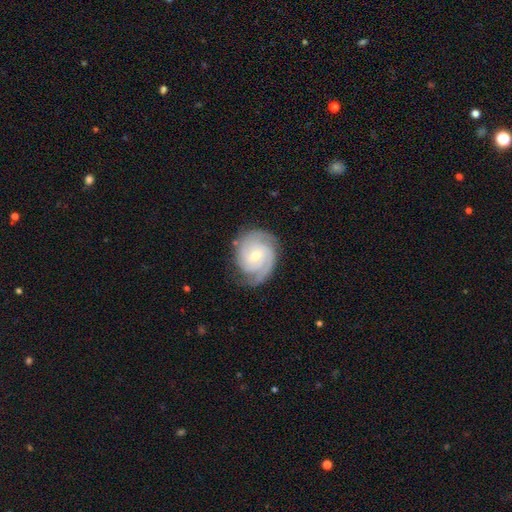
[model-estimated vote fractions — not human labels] smooth-or-featured: featured or disk: 89% | smooth: 7% | star or artifact: 4%
  disk-edge-on: no: 98% | yes: 2%
    bar: no: 48% | weak: 43% | strong: 8%
    has-spiral-arms: yes: 98% | no: 2%
      spiral-winding: tight: 73% | medium: 24% | loose: 4%
      spiral-arm-count: 2: 35% | 3: 31% | can't tell: 16% | 4: 8% | 1: 5% | more than 4: 5%
    bulge-size: small: 55% | moderate: 43% | large: 1% | none: 1% | dominant: 1%
  merging: none: 78% | minor disturbance: 16% | major disturbance: 5% | merger: 1%